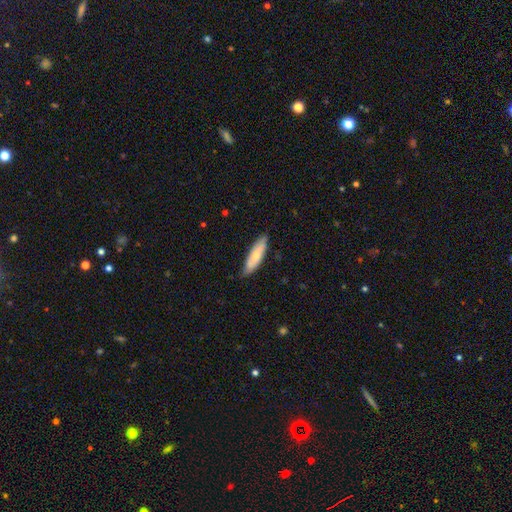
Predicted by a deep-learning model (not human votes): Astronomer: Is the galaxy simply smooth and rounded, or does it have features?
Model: smooth — 64%.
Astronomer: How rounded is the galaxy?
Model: cigar-shaped — 55% (runner-up: in between, 44%).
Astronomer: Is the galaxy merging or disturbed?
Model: none — 76%.